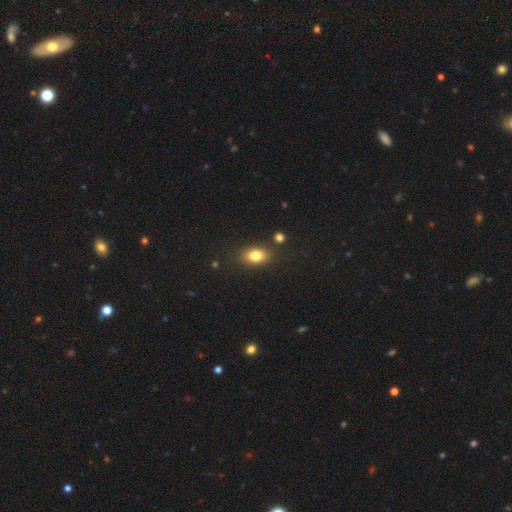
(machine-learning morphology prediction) Overall: smooth (80%). How rounded: in between (77%). Merging: none (81%).